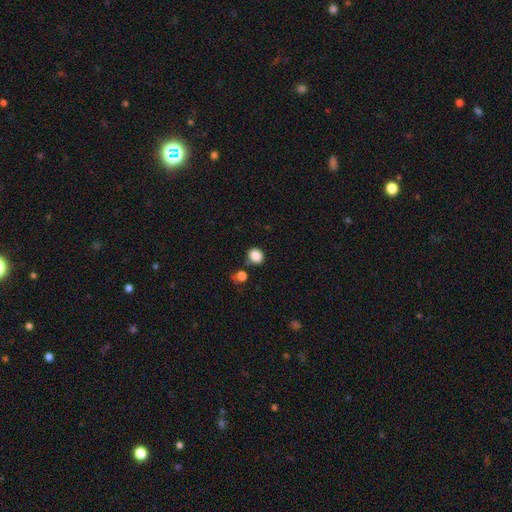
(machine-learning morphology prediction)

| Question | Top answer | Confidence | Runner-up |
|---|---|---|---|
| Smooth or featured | smooth | 87% | star or artifact (10%) |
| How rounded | round | 66% | in between (33%) |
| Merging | none | 77% | minor disturbance (12%) |